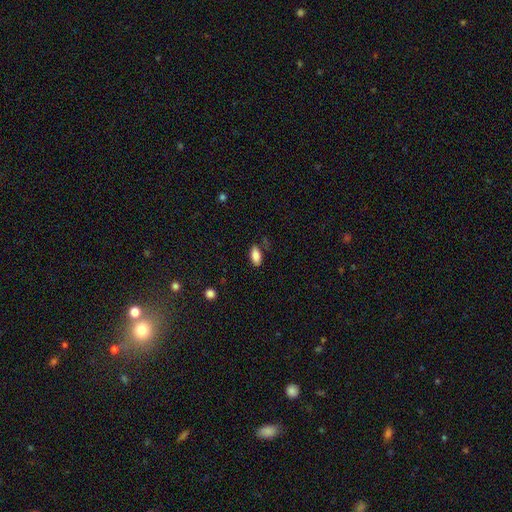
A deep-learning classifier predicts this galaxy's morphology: Overall: smooth (85%). How rounded: in between (89%). Merging: none (78%).